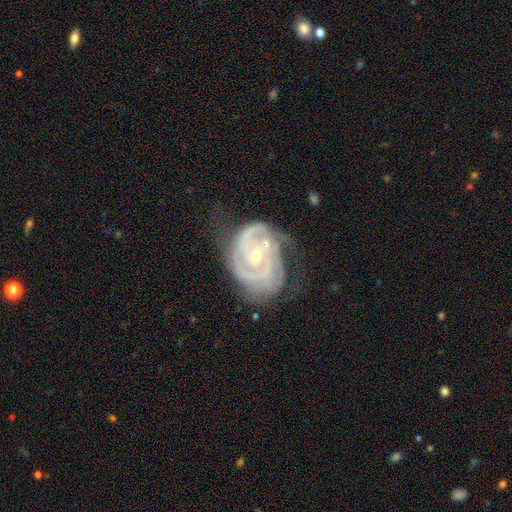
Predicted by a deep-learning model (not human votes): Smooth or featured? featured or disk (90%)
Edge-on disk? no (97%)
Bar? no (48%)
Spiral arms? yes (97%)
Spiral winding? tight (67%)
Spiral arm count? 2 (44%)
Bulge size? small (51%)
Merging? none (52%)